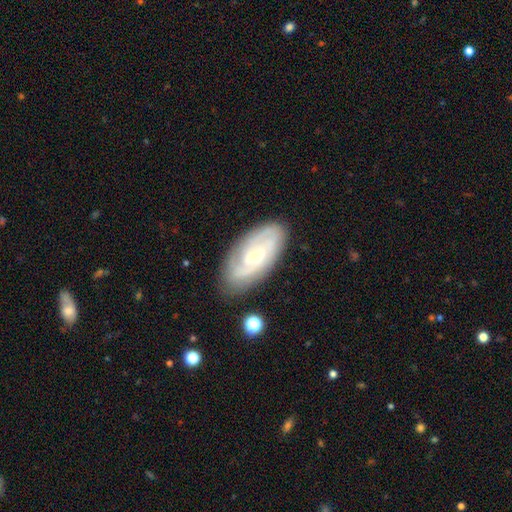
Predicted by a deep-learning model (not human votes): Overall: featured or disk (79%). Edge-on disk: no (93%). Bar: no (58%; weak 33%). Spiral arms: yes (91%). Spiral arm count: 2 (39%; can't tell 31%). Spiral winding: tight (55%; medium 34%). Bulge size: small (68%). Merging: none (79%).